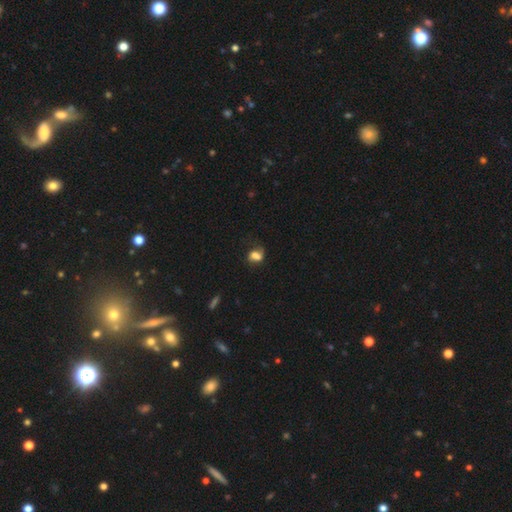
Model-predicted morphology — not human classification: Smooth or featured: smooth — 62% (featured or disk — 27%)
How rounded: in between — 66% (round — 32%)
Merging: none — 45% (minor disturbance — 27%)